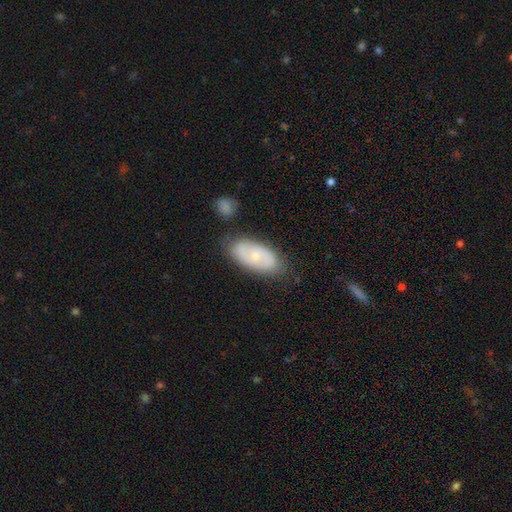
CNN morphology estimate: Smooth or featured?
  - smooth: 48% *
  - featured or disk: 45%
  - star or artifact: 7%
Merging?
  - none: 76% *
  - minor disturbance: 15%
  - merger: 5%
  - major disturbance: 4%